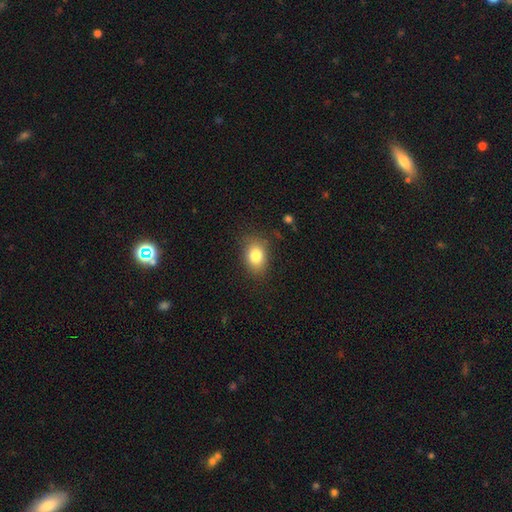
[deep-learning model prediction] Smooth or featured?
  - smooth: 82% *
  - star or artifact: 10%
  - featured or disk: 9%
How rounded?
  - in between: 69% *
  - round: 30%
  - cigar-shaped: 1%
Merging?
  - none: 79% *
  - minor disturbance: 15%
  - major disturbance: 4%
  - merger: 1%